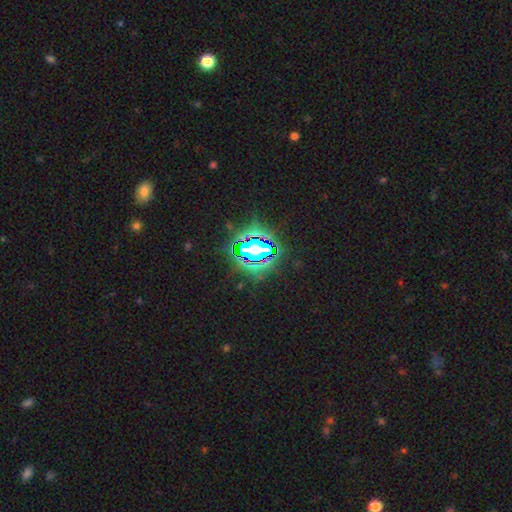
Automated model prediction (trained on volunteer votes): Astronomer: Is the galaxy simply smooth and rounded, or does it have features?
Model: star or artifact — 78%.